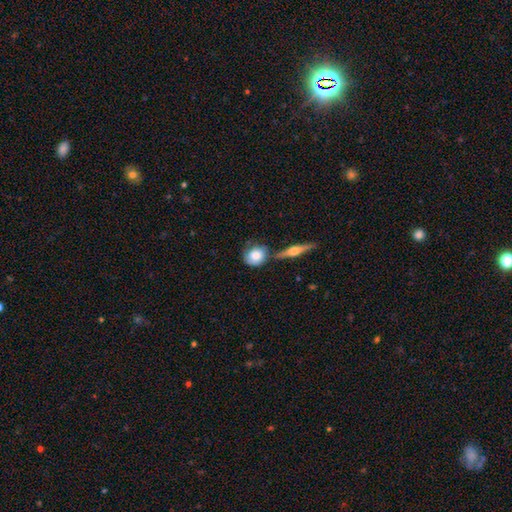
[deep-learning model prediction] Smooth or featured? Predicted: smooth (p=0.72). How rounded? Predicted: round (p=0.76). Merging? Predicted: none (p=0.56).